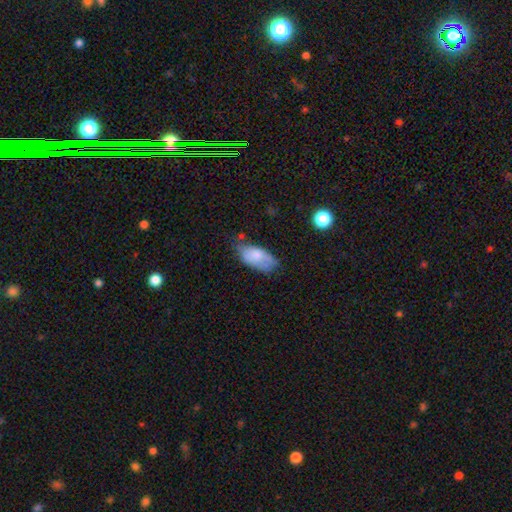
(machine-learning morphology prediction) Smooth or featured? Predicted: smooth (p=0.77). How rounded? Predicted: in between (p=0.93). Merging? Predicted: none (p=0.50).